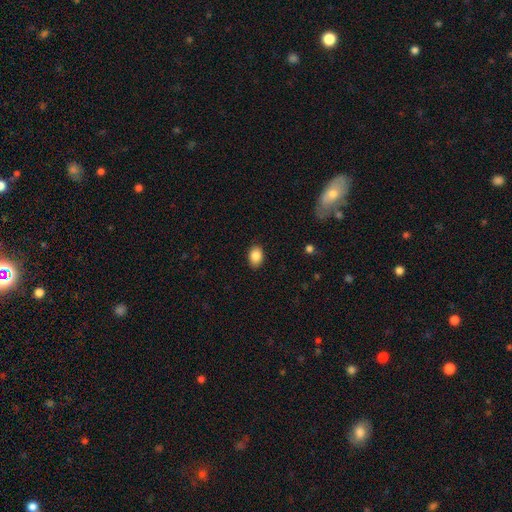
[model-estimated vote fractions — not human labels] The model was most divided on "how rounded": in between: 77%, round: 22%, cigar-shaped: 1%. More confident: merging — none (88%); smooth or featured — smooth (87%).